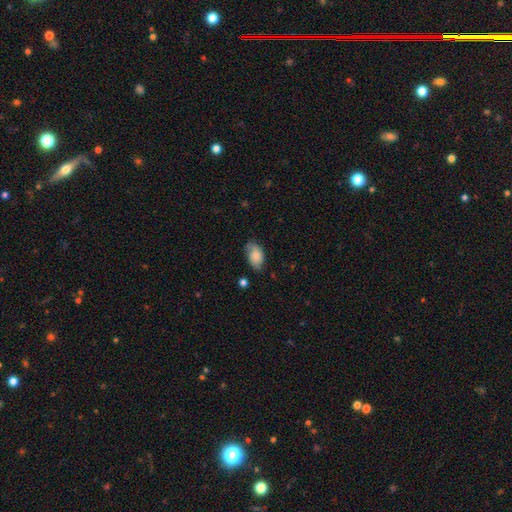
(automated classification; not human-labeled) This appears to be a smooth galaxy with no disk features (74%) that is in between round and cigar-shaped (91%). Merging: none (65%).